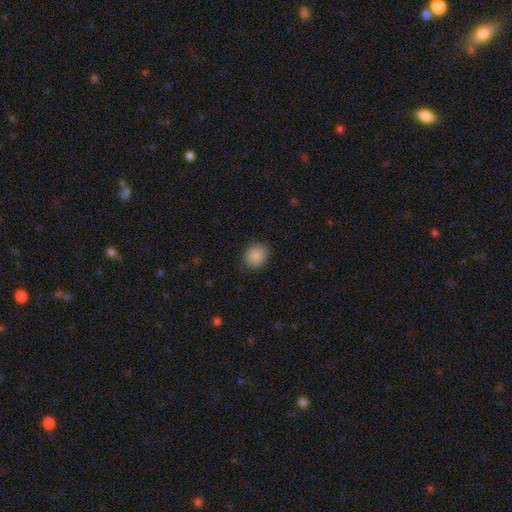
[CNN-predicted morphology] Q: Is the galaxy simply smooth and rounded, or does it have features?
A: smooth — 86%.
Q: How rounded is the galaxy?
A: round — 61%.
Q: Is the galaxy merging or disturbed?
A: none — 85%.